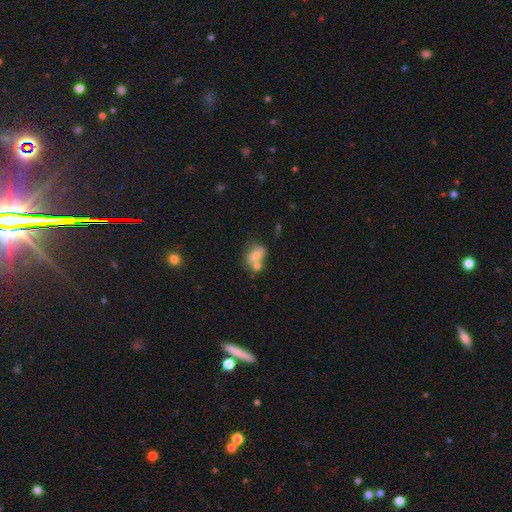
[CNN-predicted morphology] Smooth or featured: smooth — 65% (featured or disk — 25%)
How rounded: in between — 66% (round — 32%)
Merging: merger — 53% (none — 28%)